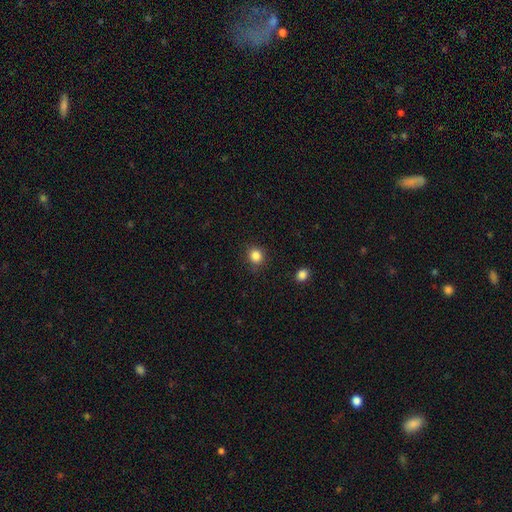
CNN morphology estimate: smooth-or-featured: smooth: 85% | star or artifact: 11% | featured or disk: 4%
  how-rounded: round: 84% | in between: 15% | cigar-shaped: 1%
  merging: none: 87% | minor disturbance: 9% | major disturbance: 3% | merger: 1%